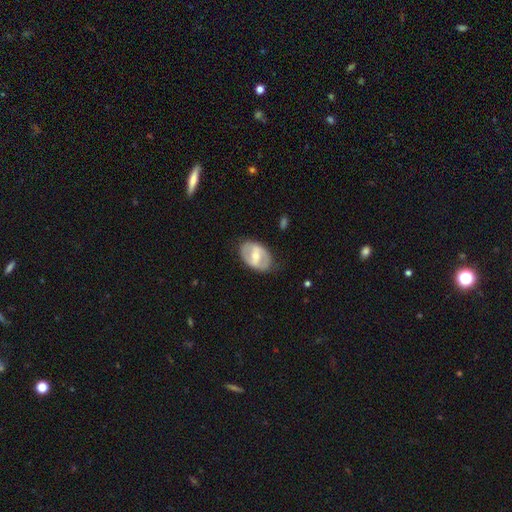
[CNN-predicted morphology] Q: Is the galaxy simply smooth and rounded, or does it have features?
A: featured or disk — 63%.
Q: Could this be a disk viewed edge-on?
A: no — 94%.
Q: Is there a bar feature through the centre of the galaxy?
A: strong — 47%.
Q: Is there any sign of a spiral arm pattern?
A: no — 54%.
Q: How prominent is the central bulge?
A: moderate — 60%.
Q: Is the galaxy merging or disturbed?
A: none — 77%.